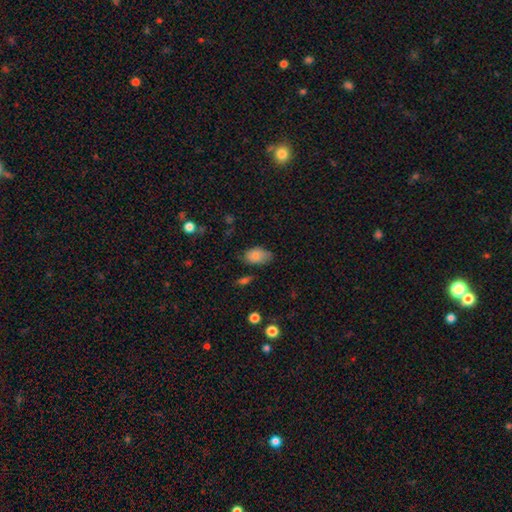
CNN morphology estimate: A smooth galaxy with no disk features (81%) that is in between round and cigar-shaped (91%). Merging: none (66%).